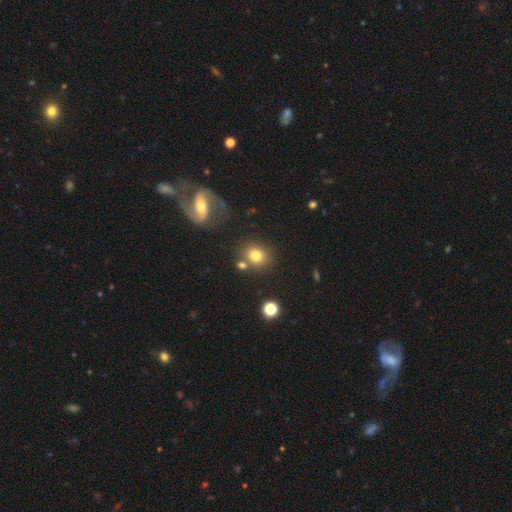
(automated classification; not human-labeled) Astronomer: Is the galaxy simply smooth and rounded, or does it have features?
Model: smooth — 76%.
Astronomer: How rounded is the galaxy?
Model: round — 72%.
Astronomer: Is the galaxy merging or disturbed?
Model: none — 69%.